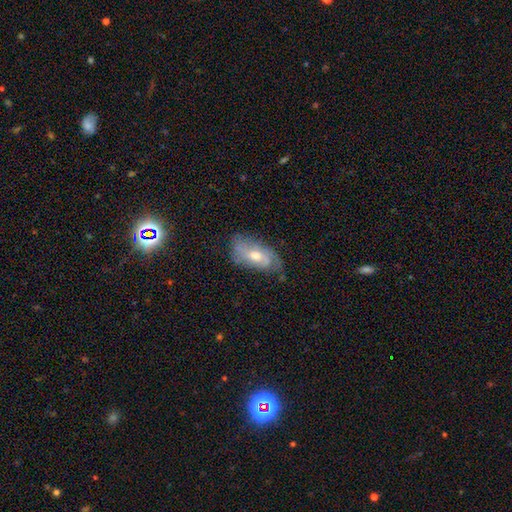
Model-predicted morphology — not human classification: A featured or disk galaxy (59%) with no bar (64%), spiral arms (76%) and a moderate central bulge (70%).

Vote fractions:
- Smooth or featured? featured or disk: 59% / smooth: 33% / star or artifact: 8%
- Edge-on disk? no: 89% / yes: 11%
- Bar? no: 64% / weak: 30% / strong: 6%
- Spiral arms? yes: 76% / no: 24%
- Bulge size? moderate: 70% / small: 21% / large: 7% / none: 2% / dominant: 1%
- Merging? none: 59% / minor disturbance: 28% / major disturbance: 11% / merger: 2%